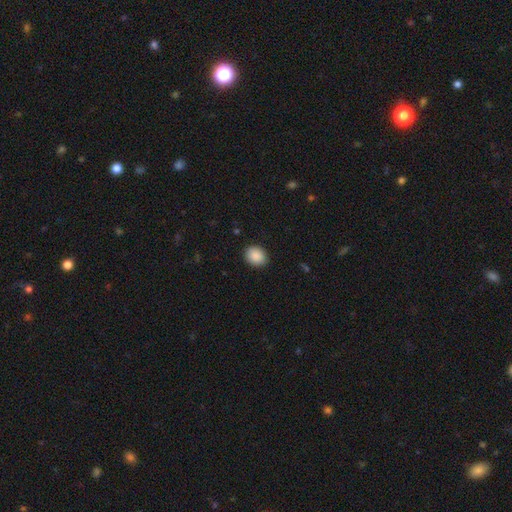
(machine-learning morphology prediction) Q: Smooth or featured?
A: smooth (90%); runner-up: star or artifact (8%)
Q: How rounded?
A: round (55%); runner-up: in between (44%)
Q: Merging?
A: none (90%); runner-up: minor disturbance (7%)